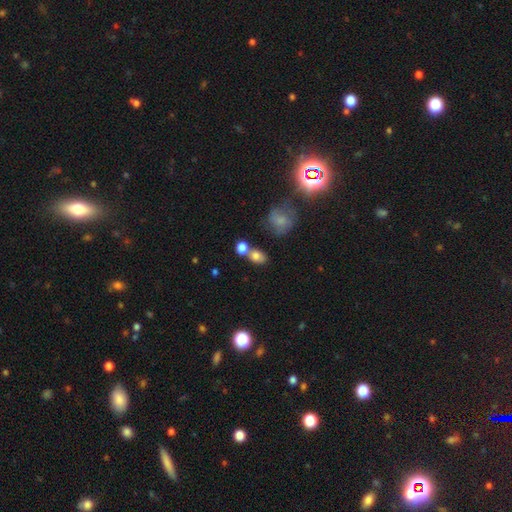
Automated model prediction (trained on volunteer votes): Smooth or featured? Predicted: smooth (p=0.76). How rounded? Predicted: in between (p=0.60). Merging? Predicted: none (p=0.45).